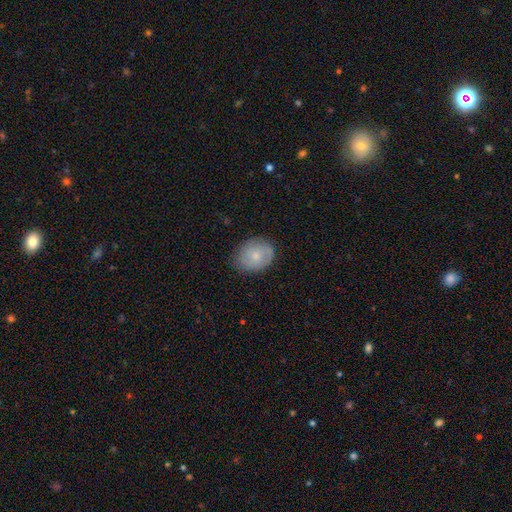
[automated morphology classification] smooth_or_featured: smooth (p=0.70) [alt: featured or disk p=0.23]
how_rounded: in between (p=0.52) [alt: round p=0.47]
merging: none (p=0.74) [alt: minor disturbance p=0.21]